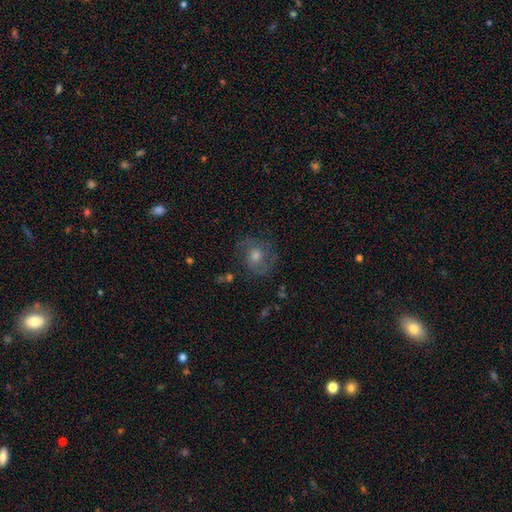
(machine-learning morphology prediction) A featured or disk galaxy (53%) with no bar (71%), spiral arms (79%) and a moderate central bulge (64%). Merging: none (75%).